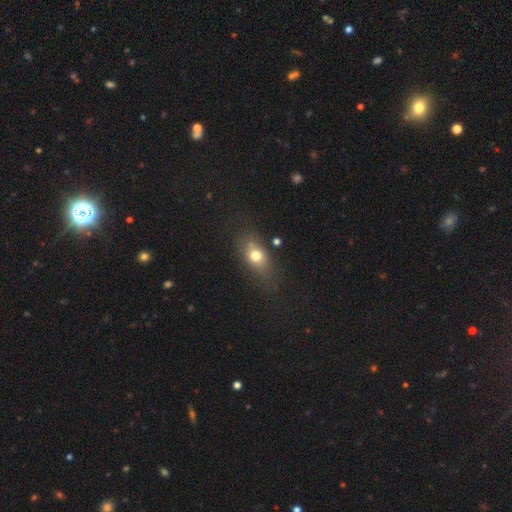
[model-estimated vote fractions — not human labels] Smooth or featured: smooth — 72% (featured or disk — 16%)
How rounded: in between — 69% (round — 24%)
Merging: none — 65% (minor disturbance — 20%)